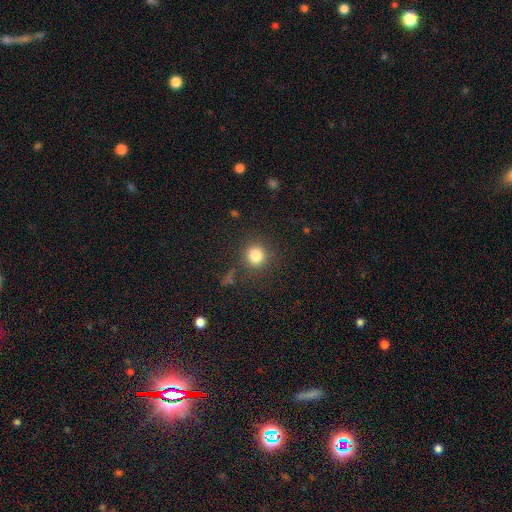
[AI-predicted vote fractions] This appears to be a smooth galaxy with no disk features (82%) that is round (92%). Merging: none (86%).